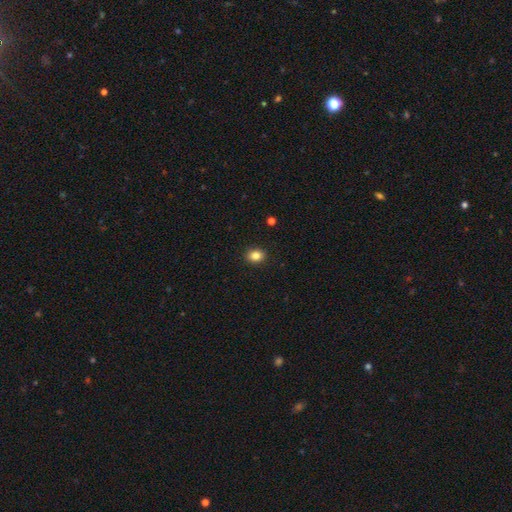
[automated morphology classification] Smooth or featured? Predicted: smooth (p=0.85). How rounded? Predicted: in between (p=0.51). Merging? Predicted: none (p=0.91).